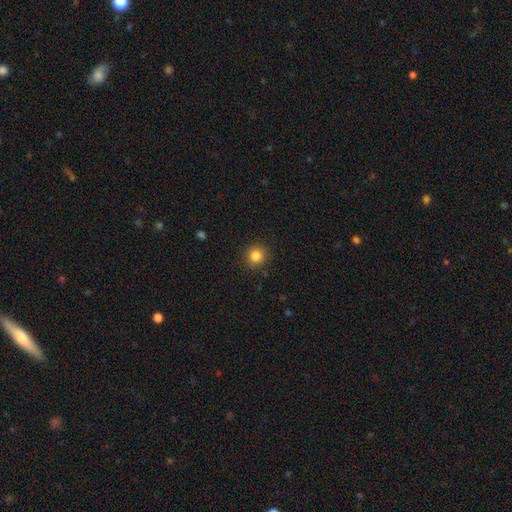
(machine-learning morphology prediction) This is clearly a smooth galaxy (84%). How rounded: clearly round (90%). Merging: clearly none (90%).